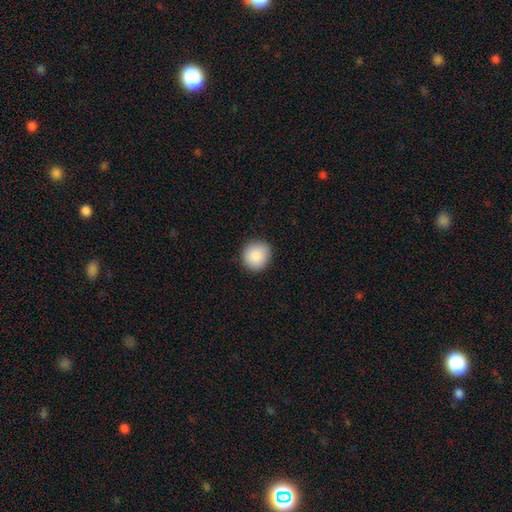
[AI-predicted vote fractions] This is clearly a smooth galaxy (89%). How rounded: clearly round (91%). Merging: clearly none (91%).